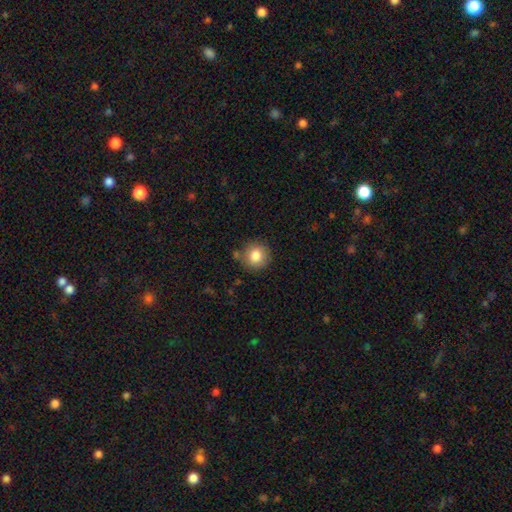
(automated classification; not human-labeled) A smooth galaxy with no disk features (83%) that is round (92%). Merging: none (80%).